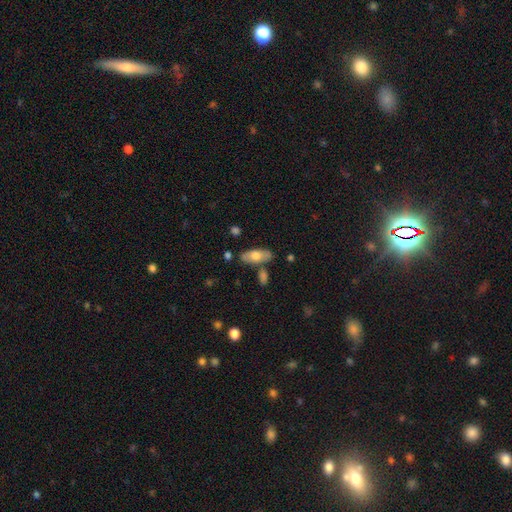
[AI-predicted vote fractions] A smooth galaxy with no disk features (65%) that is in between round and cigar-shaped (79%). Merging: none (75%).